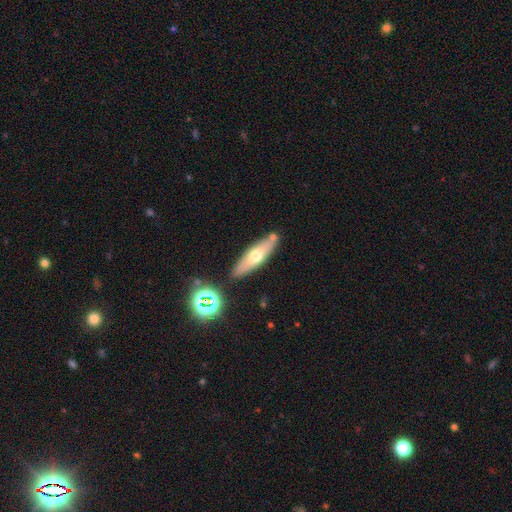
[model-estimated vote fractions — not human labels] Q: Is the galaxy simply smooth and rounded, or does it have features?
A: smooth — 55%.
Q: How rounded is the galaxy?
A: cigar-shaped — 65%.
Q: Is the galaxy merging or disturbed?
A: none — 80%.